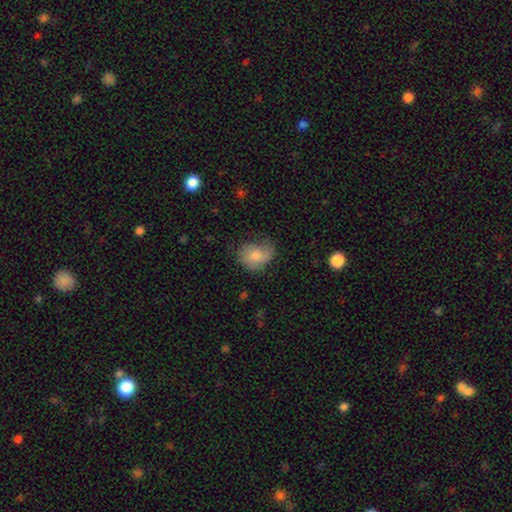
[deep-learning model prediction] Morphology: type=smooth (72%); roundness=in between (50%); merging=none (48%).